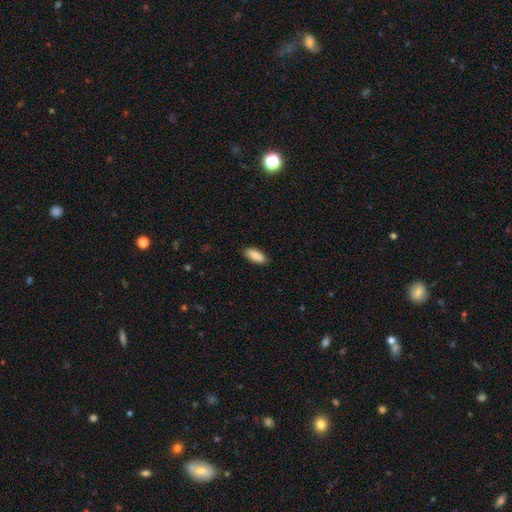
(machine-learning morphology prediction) smooth-or-featured: smooth: 89% | star or artifact: 6% | featured or disk: 5%
  how-rounded: in between: 80% | cigar-shaped: 19% | round: 2%
  merging: none: 86% | minor disturbance: 11% | major disturbance: 2% | merger: 1%